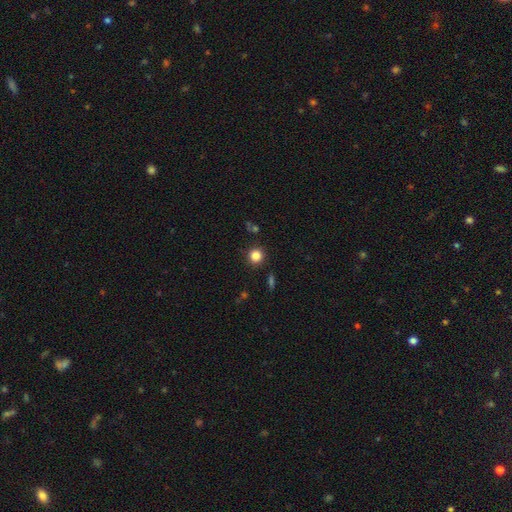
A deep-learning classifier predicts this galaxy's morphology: A smooth galaxy with no disk features (84%) that is round (92%).

Vote fractions:
- Smooth or featured? smooth: 84% / star or artifact: 12% / featured or disk: 4%
- How rounded? round: 92% / in between: 7% / cigar-shaped: 1%
- Merging? none: 89% / minor disturbance: 7% / merger: 2% / major disturbance: 2%